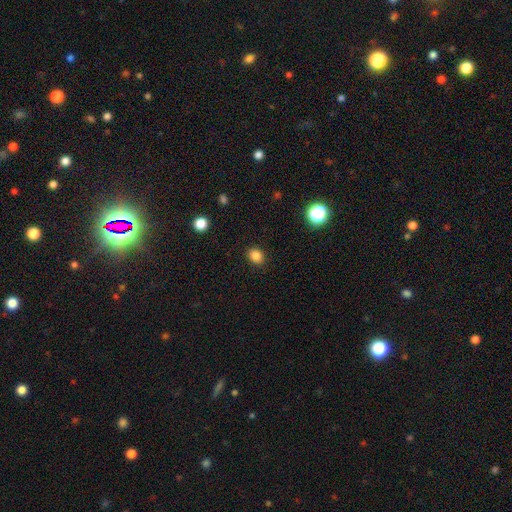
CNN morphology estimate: Smooth or featured? Predicted: smooth (p=0.84). How rounded? Predicted: round (p=0.50). Merging? Predicted: none (p=0.89).